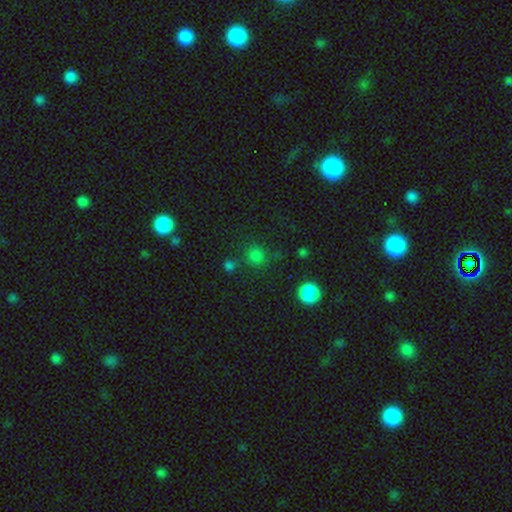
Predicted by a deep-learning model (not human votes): Smooth or featured? smooth (77%)
How rounded? round (89%)
Merging? none (78%)